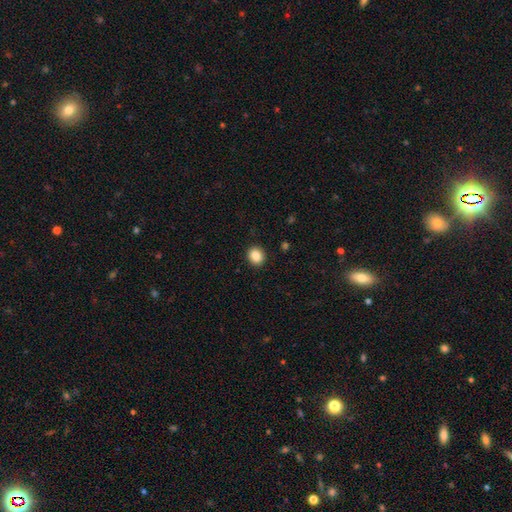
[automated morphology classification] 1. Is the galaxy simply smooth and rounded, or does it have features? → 87% smooth, 9% star or artifact, 4% featured or disk.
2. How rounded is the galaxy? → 68% round, 31% in between, 1% cigar-shaped.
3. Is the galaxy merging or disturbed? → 91% none, 6% minor disturbance, 2% major disturbance, 1% merger.